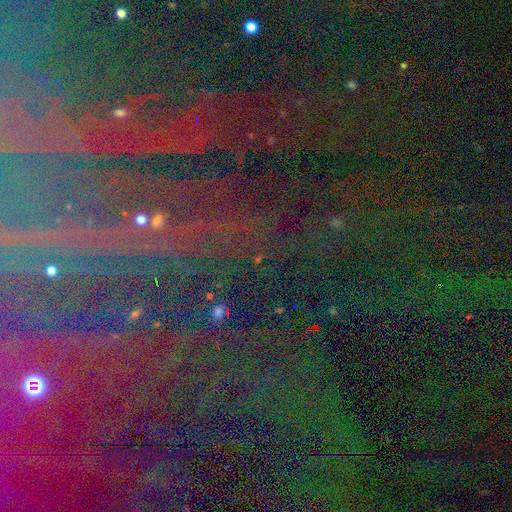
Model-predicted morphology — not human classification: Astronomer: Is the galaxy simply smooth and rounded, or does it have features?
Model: star or artifact — 80%.